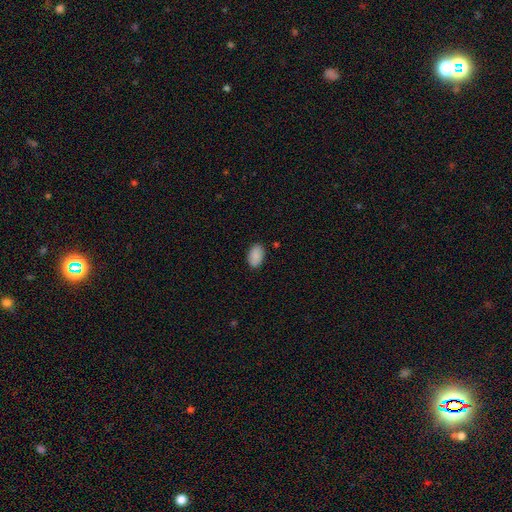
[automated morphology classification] smooth-or-featured: smooth: 90% | star or artifact: 7% | featured or disk: 3%
  how-rounded: in between: 92% | round: 6% | cigar-shaped: 1%
  merging: none: 86% | minor disturbance: 10% | major disturbance: 2% | merger: 1%